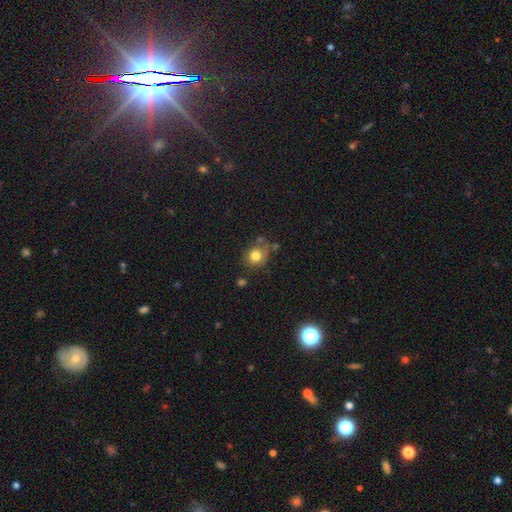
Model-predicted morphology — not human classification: smooth_or_featured: smooth (p=0.78) [alt: featured or disk p=0.11]
how_rounded: round (p=0.76) [alt: in between p=0.23]
merging: none (p=0.61) [alt: minor disturbance p=0.20]